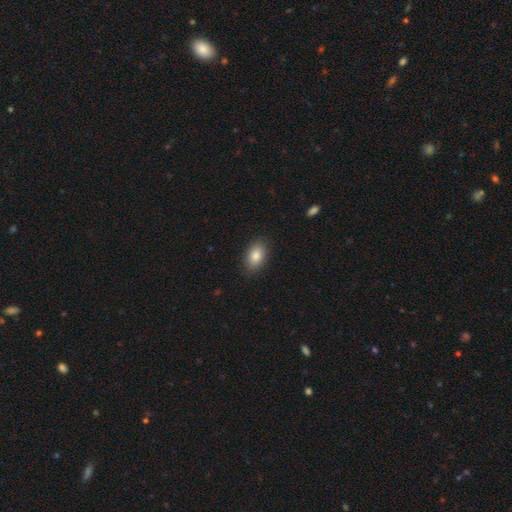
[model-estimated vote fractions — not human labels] Smooth or featured?
  - smooth: 84% *
  - featured or disk: 8%
  - star or artifact: 8%
How rounded?
  - in between: 89% *
  - round: 9%
  - cigar-shaped: 2%
Merging?
  - none: 87% *
  - minor disturbance: 10%
  - major disturbance: 2%
  - merger: 1%